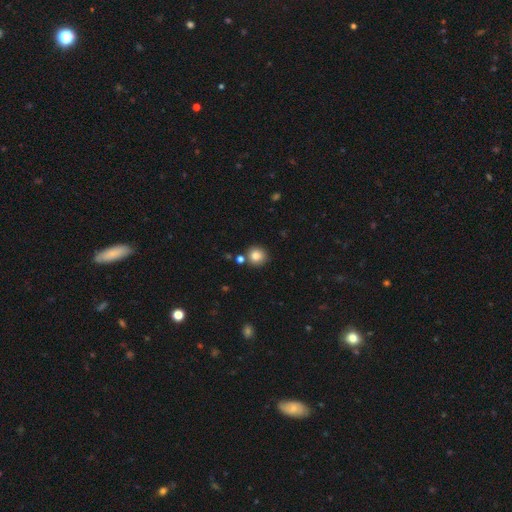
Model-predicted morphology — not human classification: Smooth or featured? Predicted: smooth (p=0.83). How rounded? Predicted: round (p=0.91). Merging? Predicted: none (p=0.82).